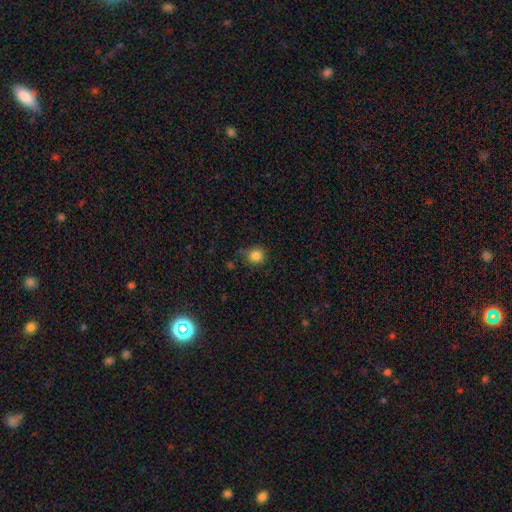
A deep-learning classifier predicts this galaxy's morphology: The model was most divided on "merging": none: 82%, minor disturbance: 12%, major disturbance: 3%, merger: 3%. More confident: how rounded — round (91%); smooth or featured — smooth (84%).